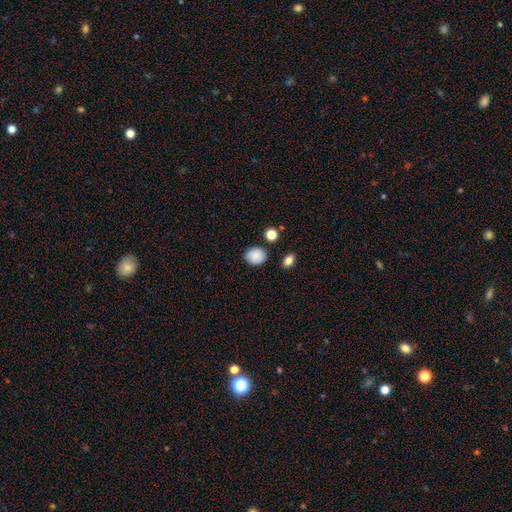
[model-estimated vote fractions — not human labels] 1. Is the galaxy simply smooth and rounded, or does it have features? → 86% smooth, 9% star or artifact, 5% featured or disk.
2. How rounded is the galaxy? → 70% round, 29% in between, 1% cigar-shaped.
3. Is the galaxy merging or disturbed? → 85% none, 10% minor disturbance, 3% merger, 2% major disturbance.